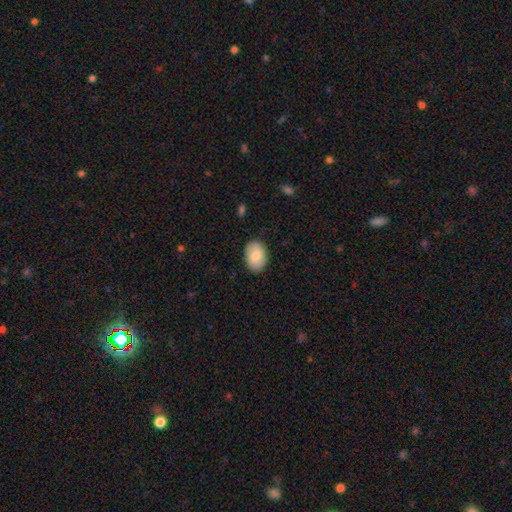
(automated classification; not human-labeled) Smooth or featured: smooth — 81% (featured or disk — 12%)
How rounded: in between — 83% (round — 16%)
Merging: none — 88% (minor disturbance — 9%)